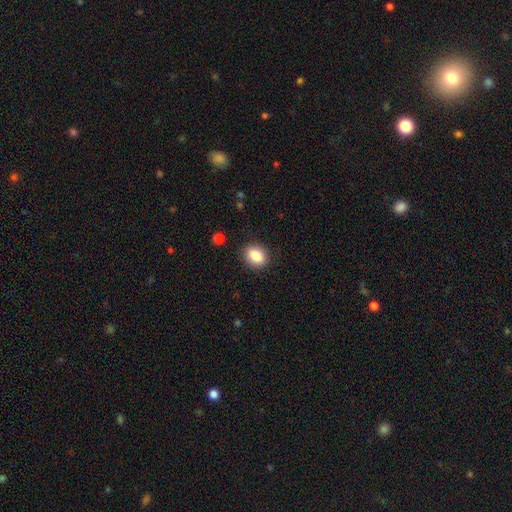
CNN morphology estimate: The model was most divided on "how rounded": in between: 60%, round: 39%, cigar-shaped: 1%. More confident: merging — none (89%); smooth or featured — smooth (85%).